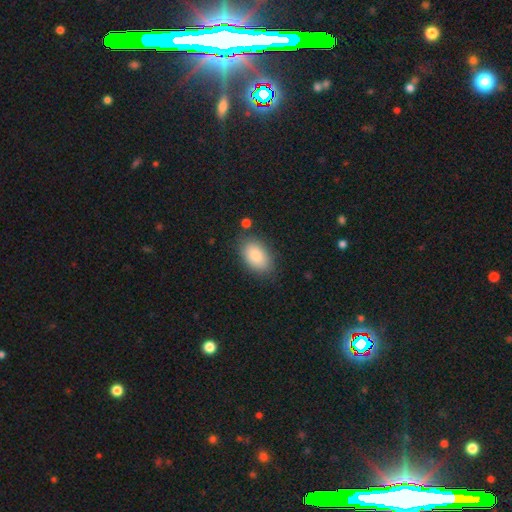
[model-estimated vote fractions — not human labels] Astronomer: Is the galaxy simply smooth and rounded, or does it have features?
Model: smooth — 86%.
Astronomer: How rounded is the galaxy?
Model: in between — 92%.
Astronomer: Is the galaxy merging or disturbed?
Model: none — 80%.